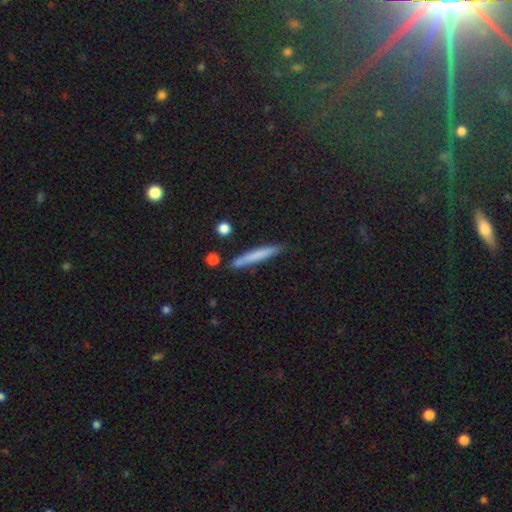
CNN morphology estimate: A smooth galaxy with no disk features (69%) that is cigar-shaped (95%). Merging: none (83%).